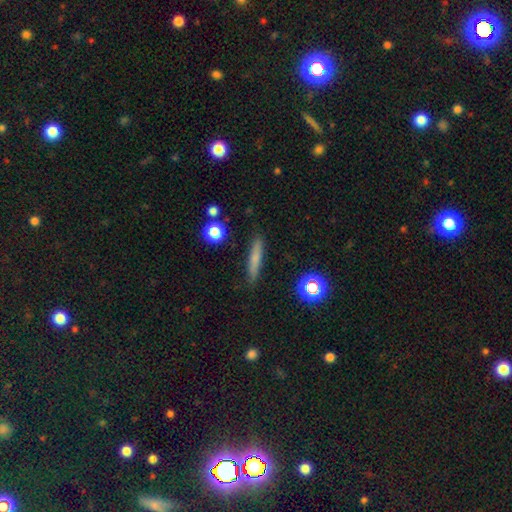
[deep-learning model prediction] smooth_or_featured: smooth (p=0.66) [alt: featured or disk p=0.24]
how_rounded: cigar-shaped (p=0.89) [alt: in between p=0.07]
merging: none (p=0.88) [alt: minor disturbance p=0.09]